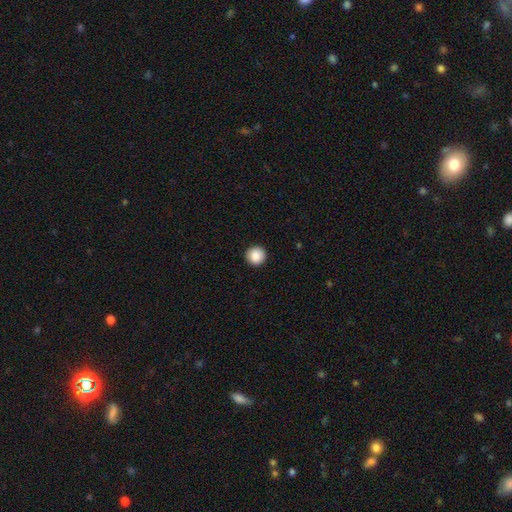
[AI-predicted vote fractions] Smooth or featured? Predicted: smooth (p=0.89). How rounded? Predicted: round (p=0.96). Merging? Predicted: none (p=0.93).